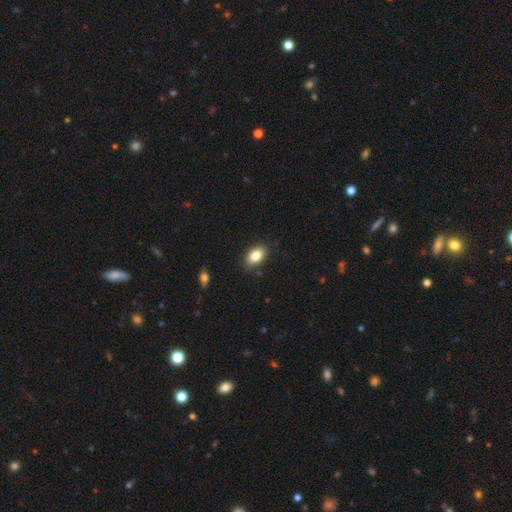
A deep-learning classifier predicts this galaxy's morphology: type=smooth (83%); roundness=in between (88%); merging=none (82%).